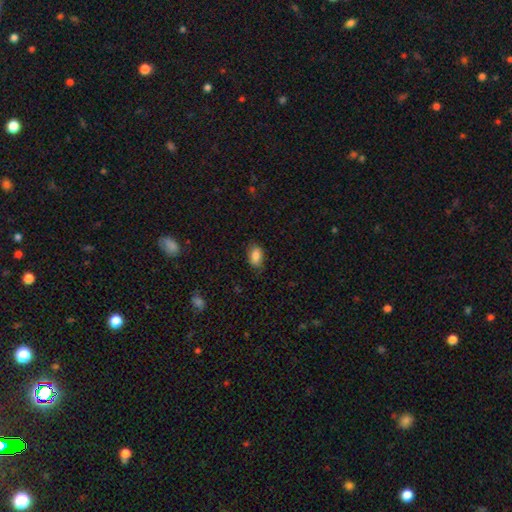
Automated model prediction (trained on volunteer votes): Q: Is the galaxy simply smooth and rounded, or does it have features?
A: smooth — 85%.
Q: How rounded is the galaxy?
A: in between — 89%.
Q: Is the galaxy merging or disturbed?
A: none — 77%.